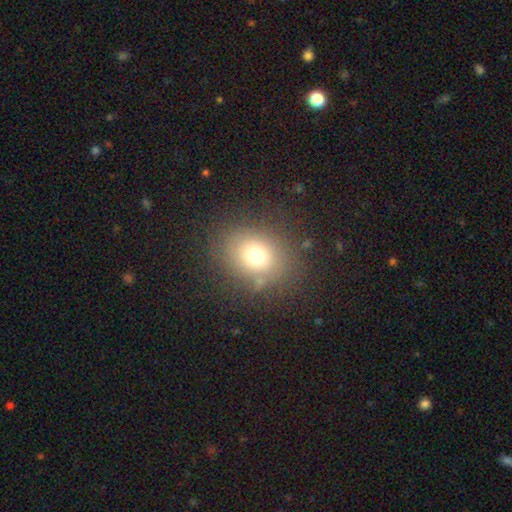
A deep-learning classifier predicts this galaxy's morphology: A smooth galaxy with no disk features (72%) that is round (60%).

Vote fractions:
- Smooth or featured? smooth: 72% / star or artifact: 15% / featured or disk: 13%
- How rounded? round: 60% / in between: 39% / cigar-shaped: 1%
- Merging? none: 80% / minor disturbance: 12% / major disturbance: 6% / merger: 2%